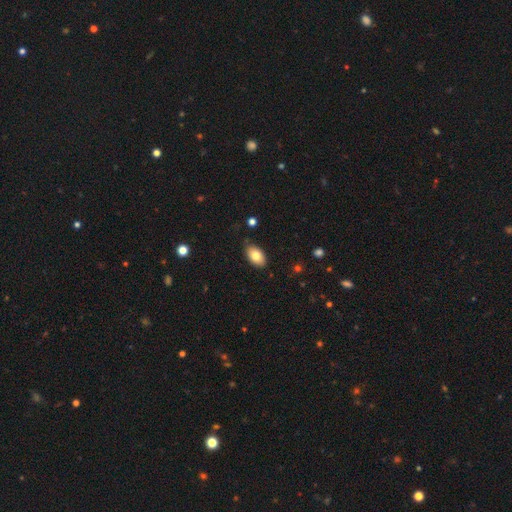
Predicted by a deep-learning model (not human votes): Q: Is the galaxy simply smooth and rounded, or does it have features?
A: smooth — 78%.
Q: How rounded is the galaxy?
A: in between — 92%.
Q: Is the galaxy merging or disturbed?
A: none — 80%.